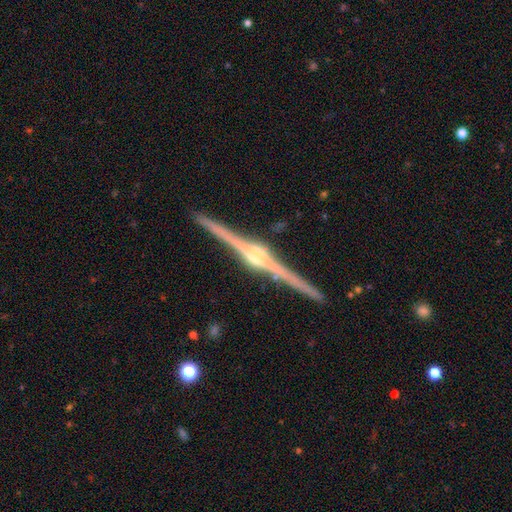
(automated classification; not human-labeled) smooth_or_featured: featured or disk (p=0.92) [alt: star or artifact p=0.04]
disk_edge_on: yes (p=0.99) [alt: no p=0.01]
edge_on_bulge: rounded (p=0.90) [alt: boxy p=0.07]
merging: none (p=0.93) [alt: minor disturbance p=0.05]